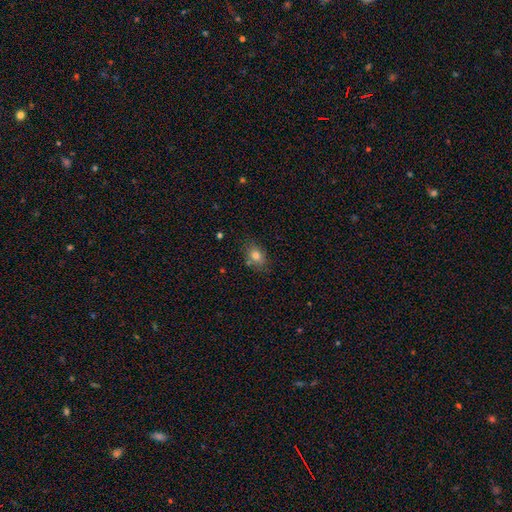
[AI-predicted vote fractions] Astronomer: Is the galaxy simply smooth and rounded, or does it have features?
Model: smooth — 78%.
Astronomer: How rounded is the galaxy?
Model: in between — 74%.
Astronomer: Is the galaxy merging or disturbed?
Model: none — 76%.